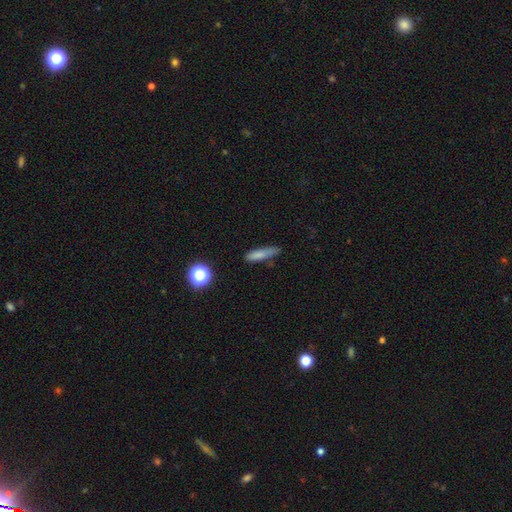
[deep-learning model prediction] Smooth or featured? smooth (73%)
How rounded? cigar-shaped (81%)
Merging? none (72%)